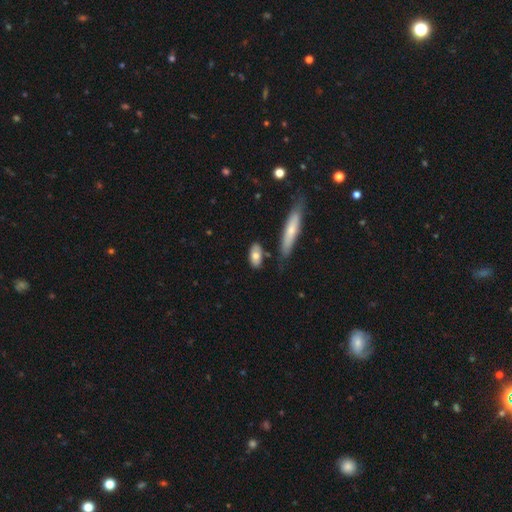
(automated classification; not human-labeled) smooth_or_featured: smooth (p=0.74) [alt: featured or disk p=0.19]
how_rounded: in between (p=0.82) [alt: cigar-shaped p=0.14]
merging: none (p=0.74) [alt: minor disturbance p=0.15]